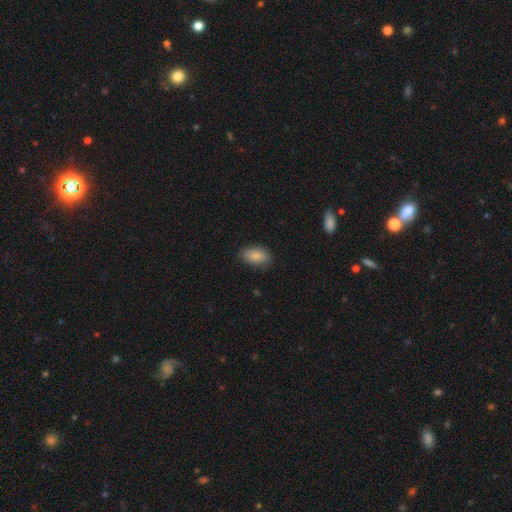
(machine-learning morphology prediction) Smooth or featured? smooth (86%)
How rounded? in between (92%)
Merging? none (84%)